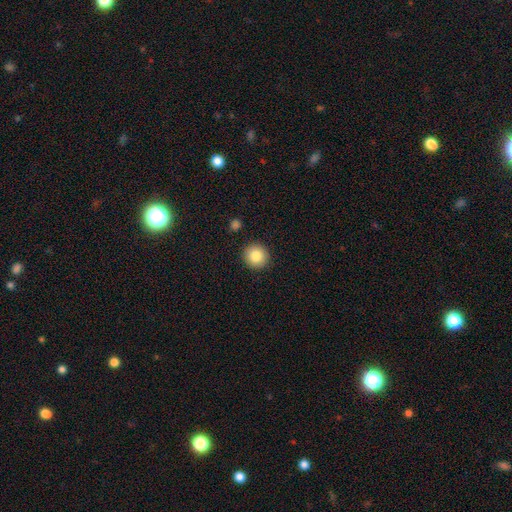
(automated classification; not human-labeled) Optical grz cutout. It shows a smooth galaxy with no disk features (85%) that is round (93%). Merging: none (91%).